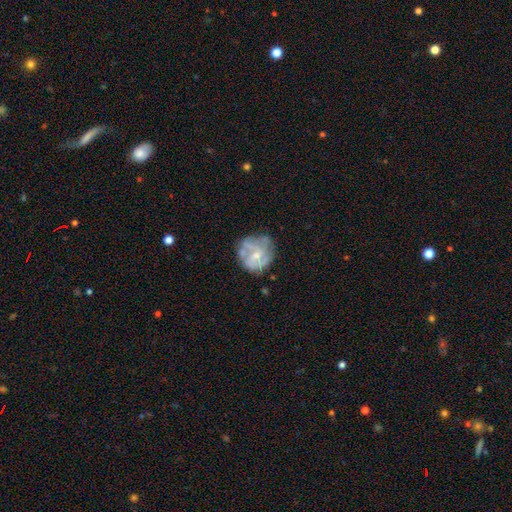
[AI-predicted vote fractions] A featured or disk galaxy (69%) with no bar (62%), spiral arms (68%) and a small central bulge (53%). Merging: none (55%).